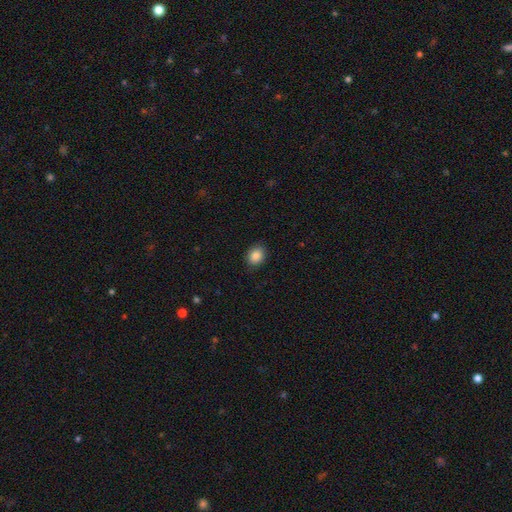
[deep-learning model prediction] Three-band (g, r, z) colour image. It shows a smooth galaxy with no disk features (87%) that is round (53%). Merging: none (89%).